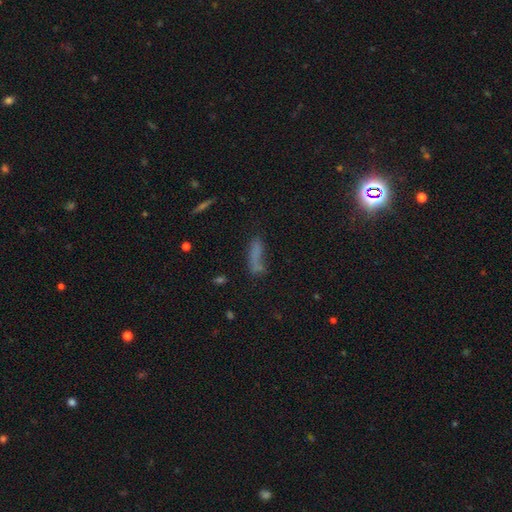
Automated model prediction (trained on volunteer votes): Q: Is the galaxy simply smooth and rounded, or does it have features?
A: smooth — 66%.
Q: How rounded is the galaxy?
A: cigar-shaped — 50%.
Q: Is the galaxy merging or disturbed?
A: none — 46%.